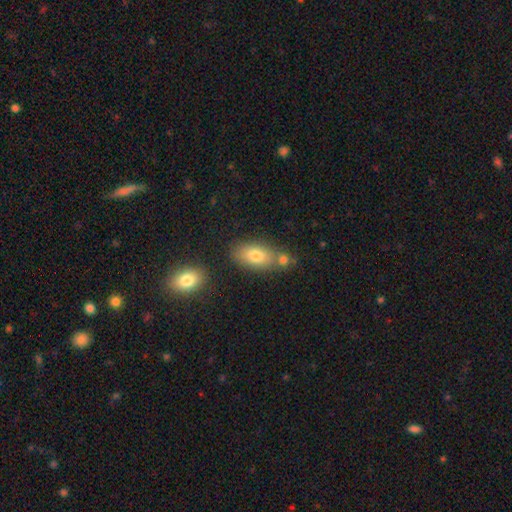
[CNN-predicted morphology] smooth_or_featured: smooth (p=0.77) [alt: featured or disk p=0.14]
how_rounded: in between (p=0.87) [alt: round p=0.07]
merging: none (p=0.60) [alt: merger p=0.22]